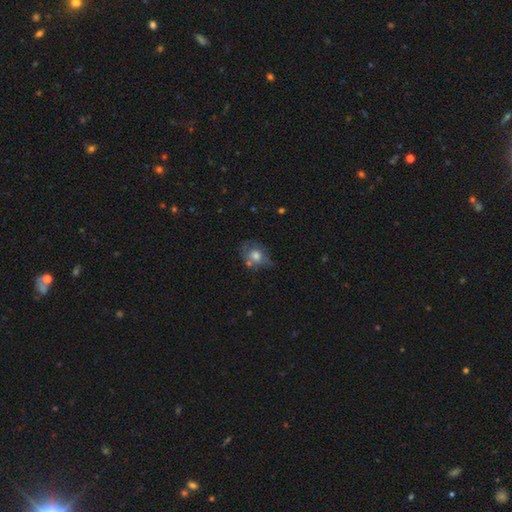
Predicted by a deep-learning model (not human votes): Smooth or featured? Predicted: smooth (p=0.58). How rounded? Predicted: in between (p=0.52). Merging? Predicted: none (p=0.44).